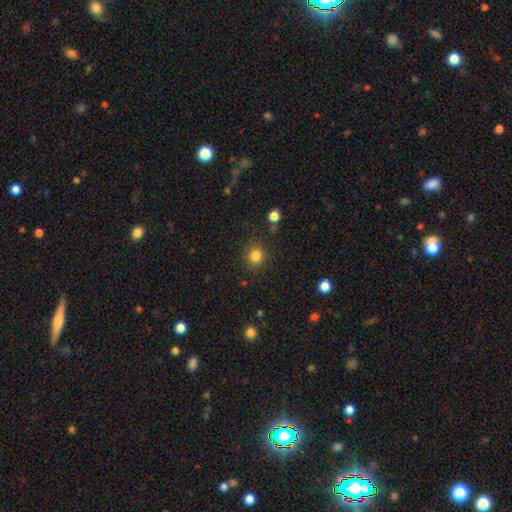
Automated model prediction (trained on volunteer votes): A smooth galaxy with no disk features (83%) that is round (84%).

Vote fractions:
- Smooth or featured? smooth: 83% / star or artifact: 12% / featured or disk: 5%
- How rounded? round: 84% / in between: 15% / cigar-shaped: 1%
- Merging? none: 87% / minor disturbance: 8% / major disturbance: 3% / merger: 2%